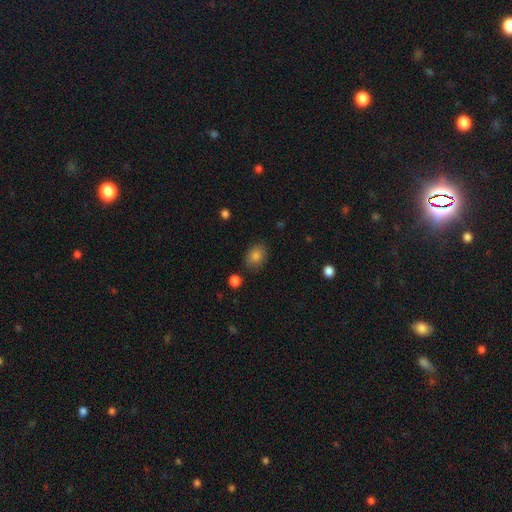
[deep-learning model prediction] This appears to be a smooth galaxy with no disk features (84%) that is in between round and cigar-shaped (61%). Merging: none (84%).